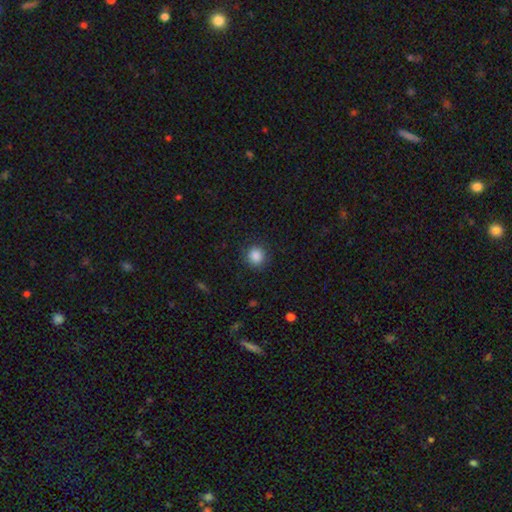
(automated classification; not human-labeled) smooth_or_featured: smooth (p=0.87) [alt: star or artifact p=0.10]
how_rounded: round (p=0.89) [alt: in between p=0.10]
merging: none (p=0.88) [alt: minor disturbance p=0.08]